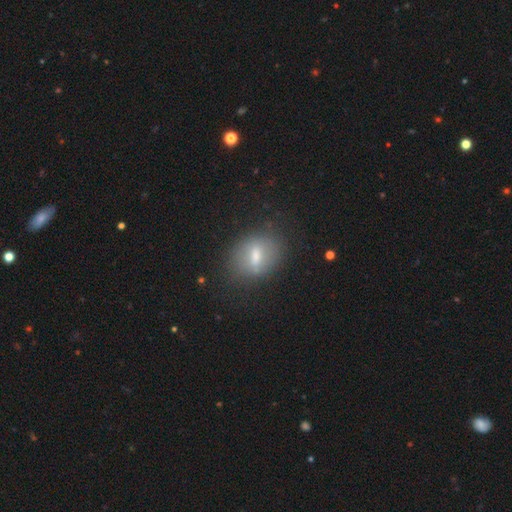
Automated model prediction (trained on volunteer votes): This appears to be a smooth galaxy with no disk features (55%) that is in between round and cigar-shaped (67%). Merging: none (75%).